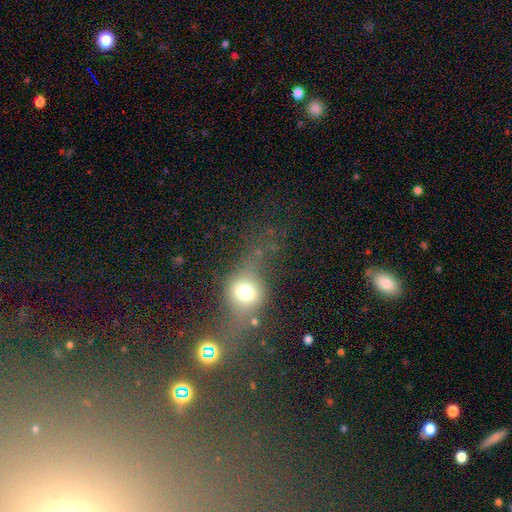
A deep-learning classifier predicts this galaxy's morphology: A smooth galaxy with no disk features (39%).

Vote fractions:
- Smooth or featured? smooth: 39% / featured or disk: 37% / star or artifact: 24%
- Merging? none: 44% / major disturbance: 23% / minor disturbance: 18% / merger: 15%